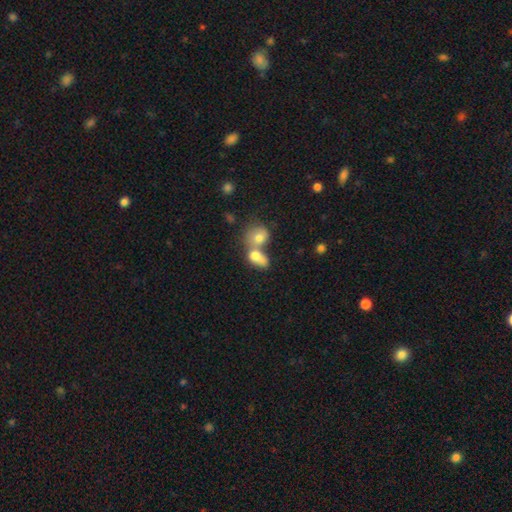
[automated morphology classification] Smooth or featured? smooth (74%)
How rounded? in between (68%)
Merging? merger (70%)